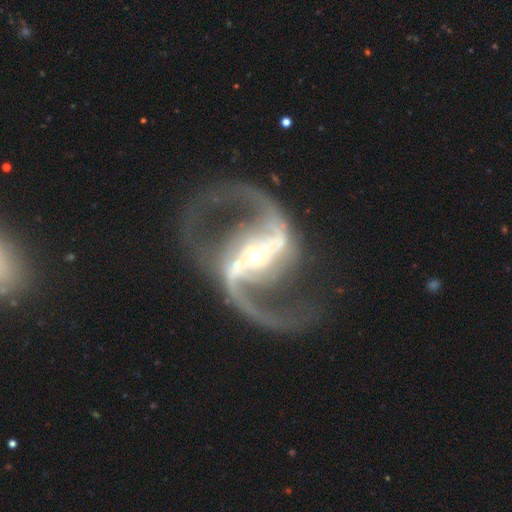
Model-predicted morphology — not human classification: The model was most divided on "bulge size": small: 51%, moderate: 42%, large: 4%, dominant: 1%, none: 1%. More confident: spiral arms — yes (98%); edge-on disk — no (98%); spiral arm count — 2 (94%); smooth or featured — featured or disk (93%); merging — none (72%); bar — strong (63%); spiral winding — medium (52%).